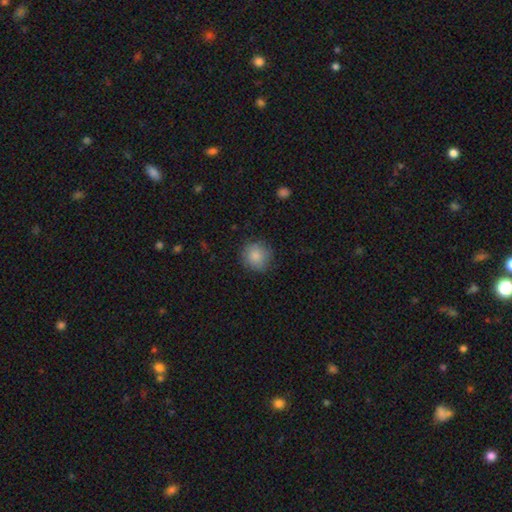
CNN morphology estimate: smooth-or-featured: smooth: 85% | star or artifact: 8% | featured or disk: 7%
  how-rounded: round: 90% | in between: 9% | cigar-shaped: 1%
  merging: none: 82% | minor disturbance: 14% | major disturbance: 3% | merger: 1%